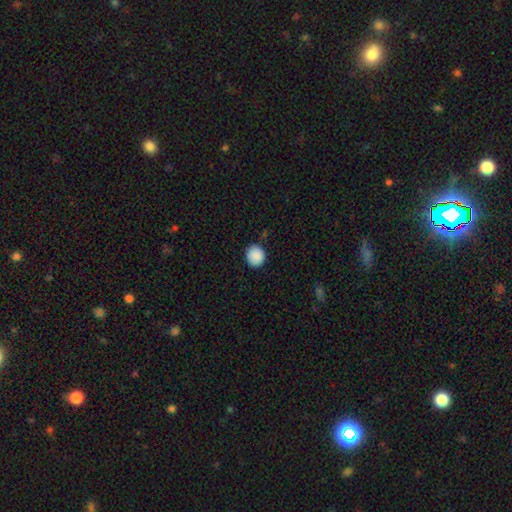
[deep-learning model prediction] Morphology: type=smooth (89%); roundness=round (74%); merging=none (86%).